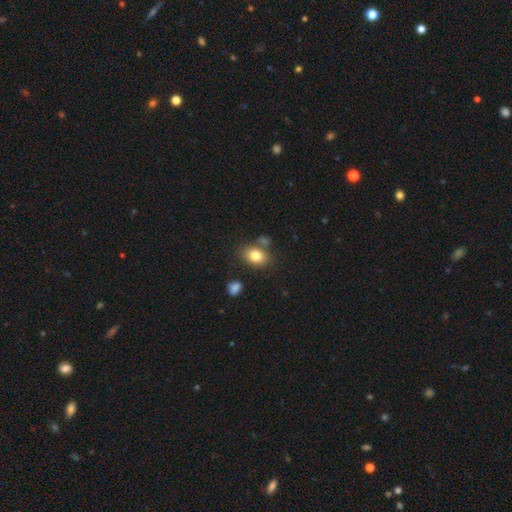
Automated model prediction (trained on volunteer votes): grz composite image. It shows a smooth galaxy with no disk features (80%) that is in between round and cigar-shaped (67%). Merging: none (70%).